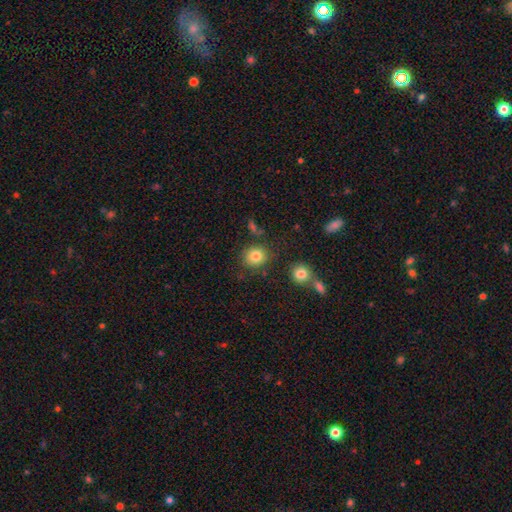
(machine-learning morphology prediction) Q: Smooth or featured?
A: smooth (82%); runner-up: star or artifact (11%)
Q: How rounded?
A: round (83%); runner-up: in between (16%)
Q: Merging?
A: none (81%); runner-up: minor disturbance (10%)